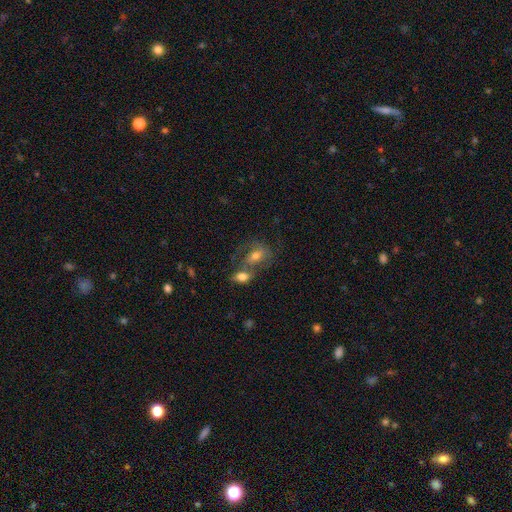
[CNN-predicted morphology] A smooth galaxy with no disk features (55%) that is in between round and cigar-shaped (70%).

Vote fractions:
- Smooth or featured? smooth: 55% / featured or disk: 36% / star or artifact: 9%
- How rounded? in between: 70% / round: 28% / cigar-shaped: 2%
- Merging? merger: 53% / none: 26% / minor disturbance: 12% / major disturbance: 10%